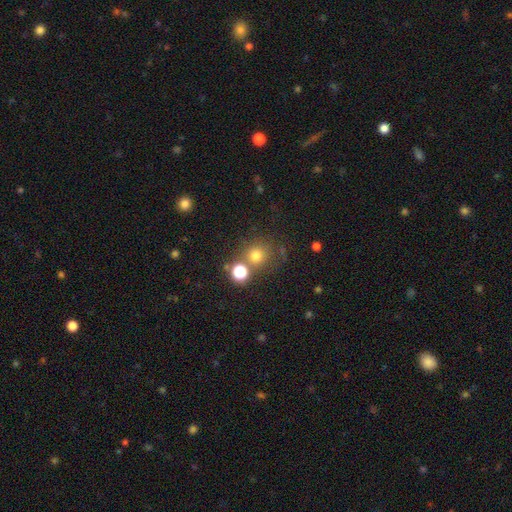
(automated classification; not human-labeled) A smooth galaxy with no disk features (72%) that is round (91%).

Vote fractions:
- Smooth or featured? smooth: 72% / star or artifact: 20% / featured or disk: 8%
- How rounded? round: 91% / in between: 9% / cigar-shaped: 1%
- Merging? none: 68% / merger: 17% / minor disturbance: 10% / major disturbance: 5%